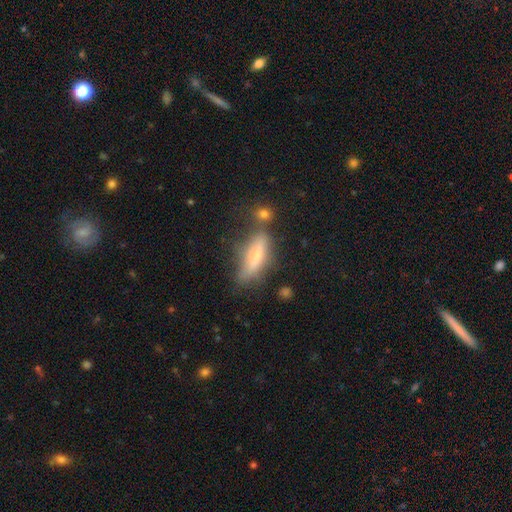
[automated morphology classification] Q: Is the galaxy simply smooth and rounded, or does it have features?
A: smooth — 51%.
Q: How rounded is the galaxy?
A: cigar-shaped — 61%.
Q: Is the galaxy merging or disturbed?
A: none — 59%.